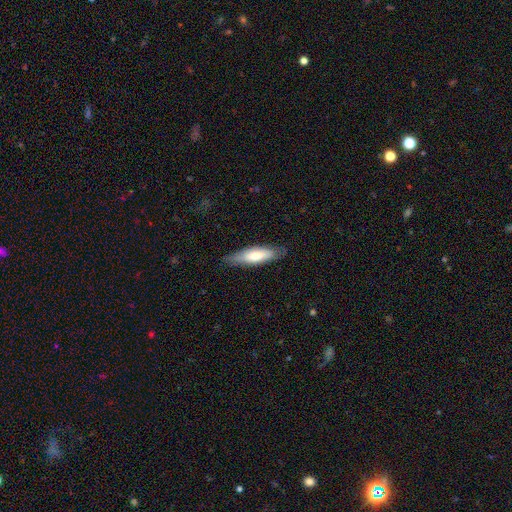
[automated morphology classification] This appears to be a smooth galaxy with no disk features (64%) that is cigar-shaped (59%). Merging: none (78%).